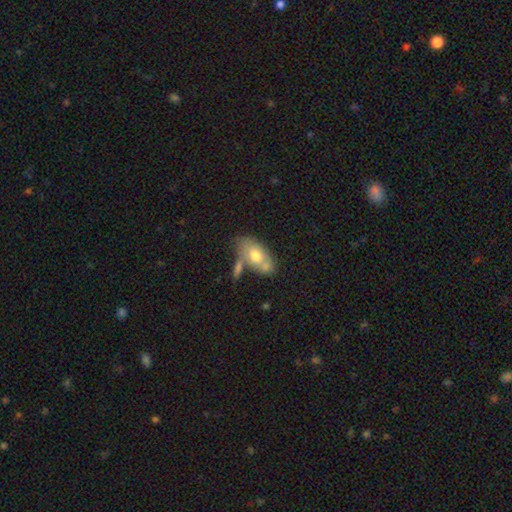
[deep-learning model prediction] Smooth or featured? smooth (67%)
How rounded? in between (89%)
Merging? none (42%)